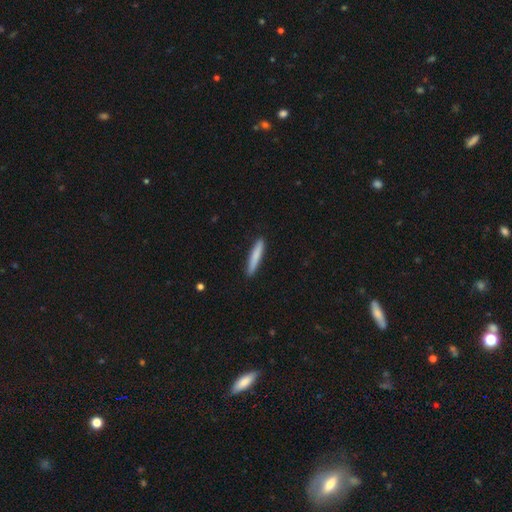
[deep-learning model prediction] Smooth or featured?
  - smooth: 80% *
  - featured or disk: 15%
  - star or artifact: 5%
How rounded?
  - cigar-shaped: 93% *
  - in between: 6%
  - round: 1%
Merging?
  - none: 90% *
  - minor disturbance: 7%
  - major disturbance: 1%
  - merger: 1%